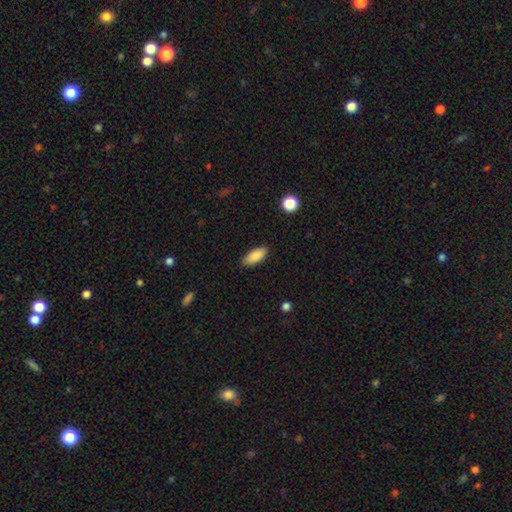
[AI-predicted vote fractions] Smooth or featured? Predicted: smooth (p=0.87). How rounded? Predicted: in between (p=0.85). Merging? Predicted: none (p=0.87).